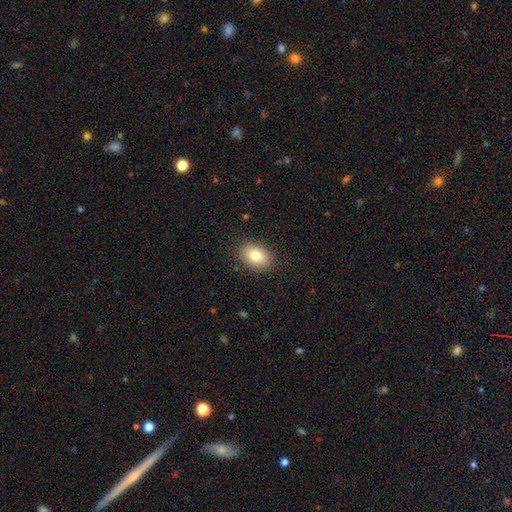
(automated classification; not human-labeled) A smooth galaxy with no disk features (81%) that is in between round and cigar-shaped (80%). Merging: none (87%).